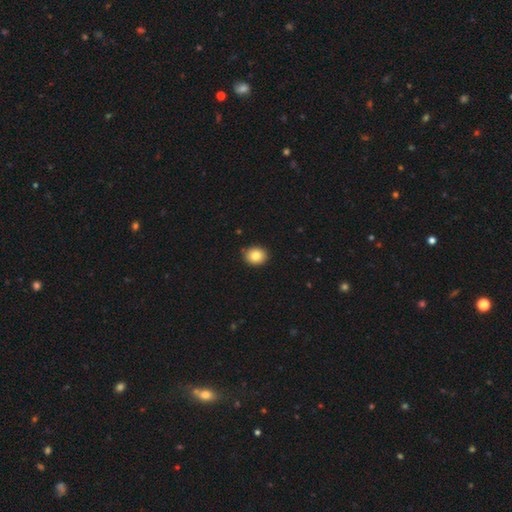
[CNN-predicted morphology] Smooth or featured?
  - smooth: 83% *
  - star or artifact: 9%
  - featured or disk: 8%
How rounded?
  - round: 64% *
  - in between: 36%
  - cigar-shaped: 1%
Merging?
  - none: 90% *
  - minor disturbance: 7%
  - major disturbance: 2%
  - merger: 1%